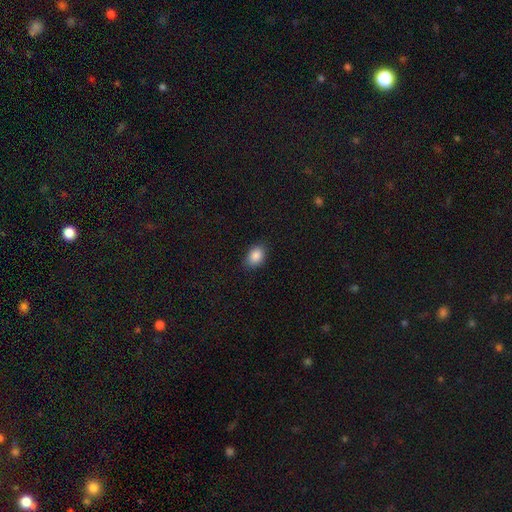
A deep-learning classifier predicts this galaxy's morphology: type=smooth (88%); roundness=in between (79%); merging=none (84%).